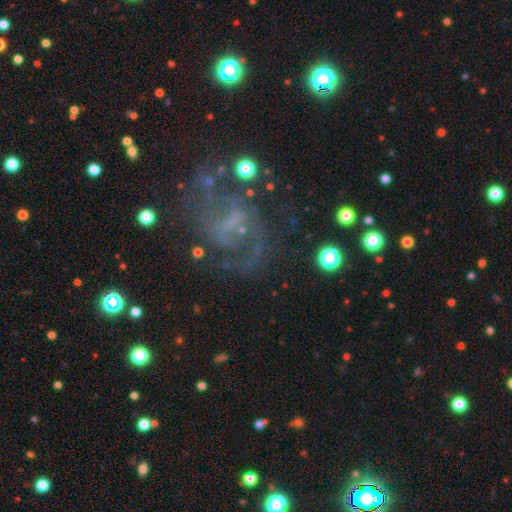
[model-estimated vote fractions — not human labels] Q: Smooth or featured?
A: featured or disk (72%); runner-up: star or artifact (16%)
Q: Edge-on disk?
A: no (97%); runner-up: yes (3%)
Q: Bar?
A: weak (46%); runner-up: strong (27%)
Q: Spiral arms?
A: yes (81%); runner-up: no (19%)
Q: Spiral winding?
A: medium (48%); runner-up: loose (31%)
Q: Spiral arm count?
A: 2 (65%); runner-up: can't tell (18%)
Q: Bulge size?
A: none (50%); runner-up: small (33%)
Q: Merging?
A: none (58%); runner-up: major disturbance (22%)